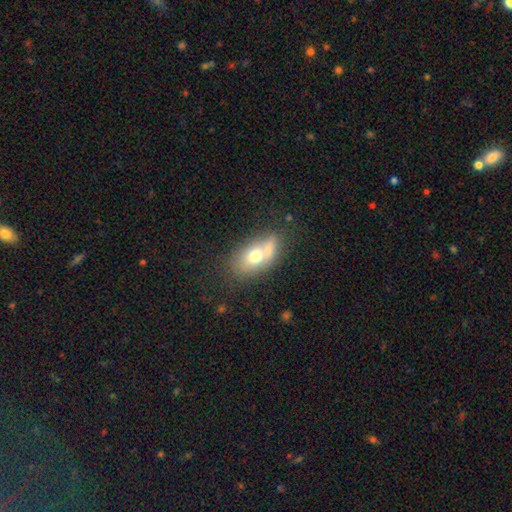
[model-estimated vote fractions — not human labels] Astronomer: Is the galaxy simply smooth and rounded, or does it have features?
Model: smooth — 60%.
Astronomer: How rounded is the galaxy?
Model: in between — 77%.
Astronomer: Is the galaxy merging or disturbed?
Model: merger — 42% (runner-up: none, 36%).